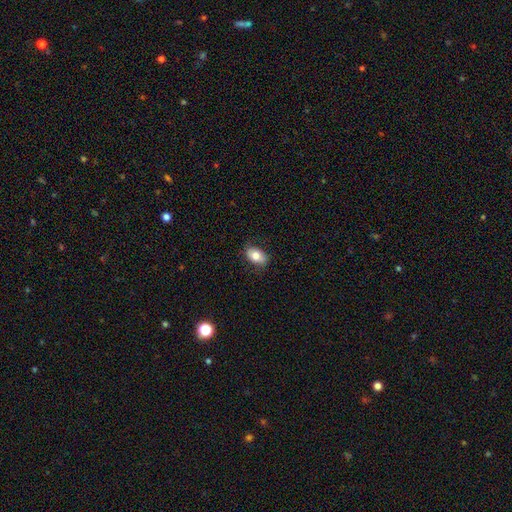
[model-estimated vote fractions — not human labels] Smooth or featured? Predicted: smooth (p=0.79). How rounded? Predicted: in between (p=0.88). Merging? Predicted: none (p=0.82).